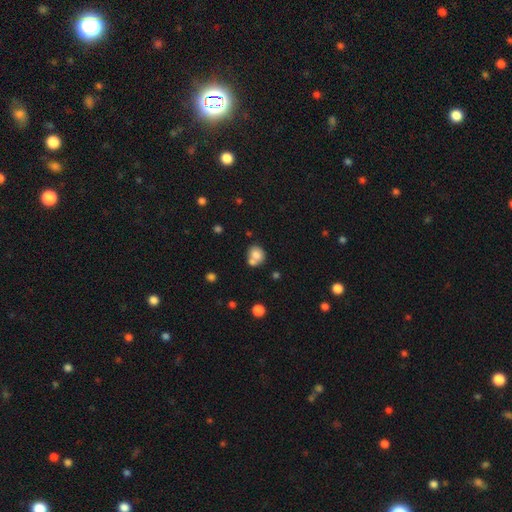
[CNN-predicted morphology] This is likely a smooth galaxy (77%). How rounded: likely round (75%). Merging: possibly none (49%).